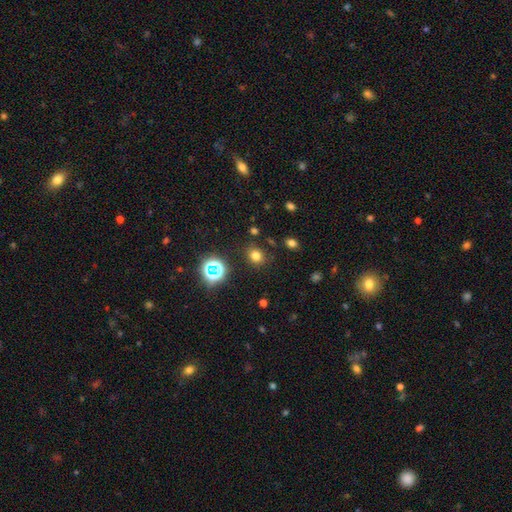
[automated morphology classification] smooth-or-featured: smooth: 73% | star or artifact: 21% | featured or disk: 6%
  how-rounded: round: 71% | in between: 28% | cigar-shaped: 1%
  merging: none: 84% | minor disturbance: 10% | major disturbance: 3% | merger: 3%